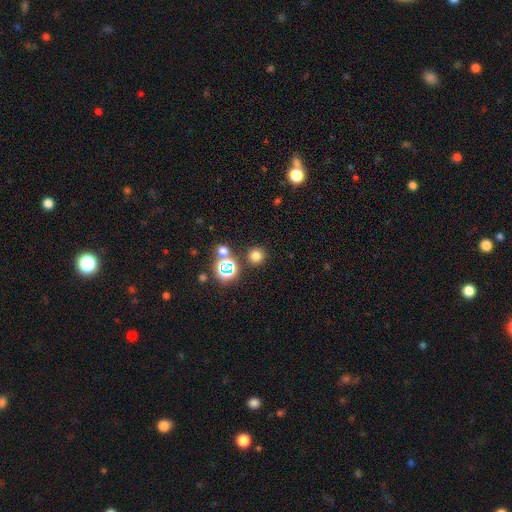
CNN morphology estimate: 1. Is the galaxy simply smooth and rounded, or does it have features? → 71% smooth, 23% star or artifact, 6% featured or disk.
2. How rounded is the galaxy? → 94% round, 5% in between, 1% cigar-shaped.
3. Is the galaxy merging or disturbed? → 86% none, 6% minor disturbance, 6% merger, 3% major disturbance.